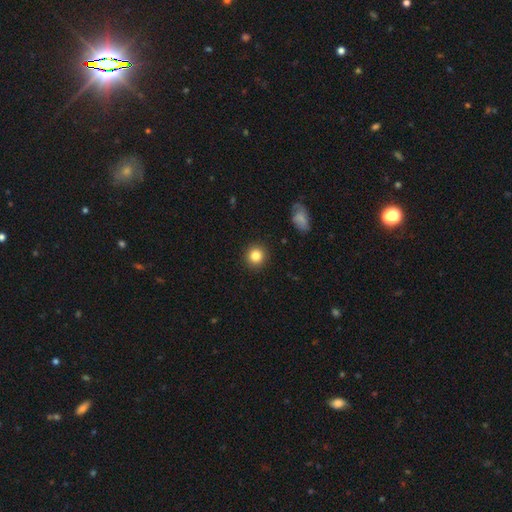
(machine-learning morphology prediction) type=smooth (84%); roundness=round (91%); merging=none (92%).